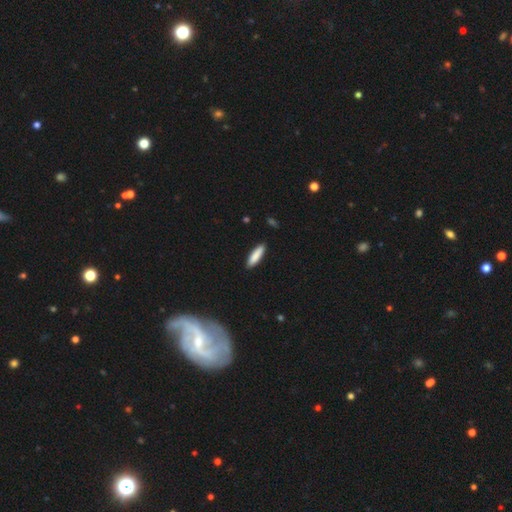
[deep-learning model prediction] Overall: smooth (86%). How rounded: cigar-shaped (70%). Merging: none (89%).